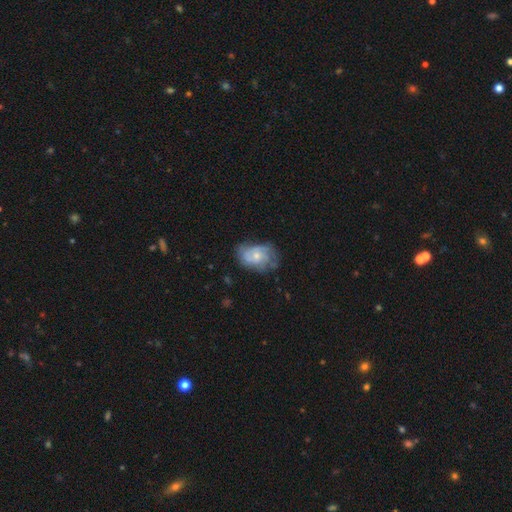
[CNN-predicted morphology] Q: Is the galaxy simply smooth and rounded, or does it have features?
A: featured or disk — 66%.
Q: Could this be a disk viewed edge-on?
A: no — 97%.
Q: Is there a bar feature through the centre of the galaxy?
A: no — 74%.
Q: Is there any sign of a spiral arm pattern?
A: yes — 84%.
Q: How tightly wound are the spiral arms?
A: tight — 42%.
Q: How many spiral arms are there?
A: can't tell — 33%.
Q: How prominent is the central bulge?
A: small — 53%.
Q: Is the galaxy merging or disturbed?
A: none — 55%.